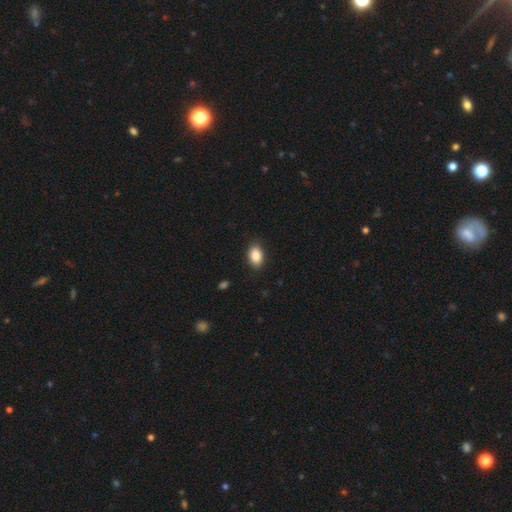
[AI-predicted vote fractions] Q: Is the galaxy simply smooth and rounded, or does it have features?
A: smooth — 88%.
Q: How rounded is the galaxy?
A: in between — 88%.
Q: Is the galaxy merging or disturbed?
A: none — 87%.